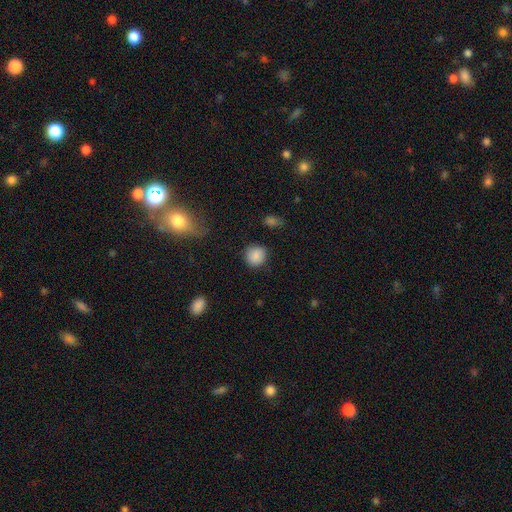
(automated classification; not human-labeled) Overall: smooth (86%). How rounded: round (89%). Merging: none (84%).